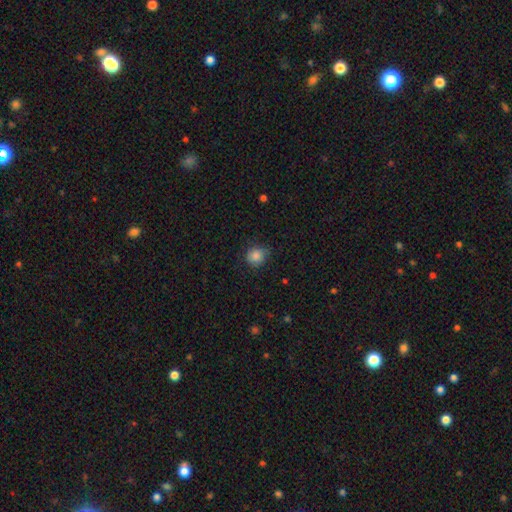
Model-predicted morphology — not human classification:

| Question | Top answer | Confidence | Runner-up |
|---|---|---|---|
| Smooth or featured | smooth | 85% | star or artifact (10%) |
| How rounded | round | 82% | in between (17%) |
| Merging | none | 76% | minor disturbance (19%) |